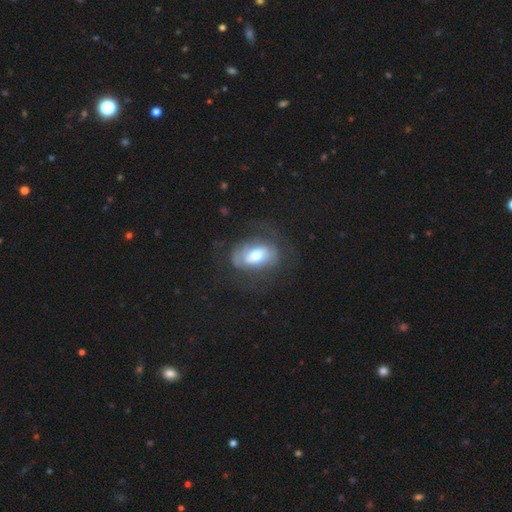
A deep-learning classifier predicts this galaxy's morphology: A featured or disk galaxy (49%). Merging: none (60%).